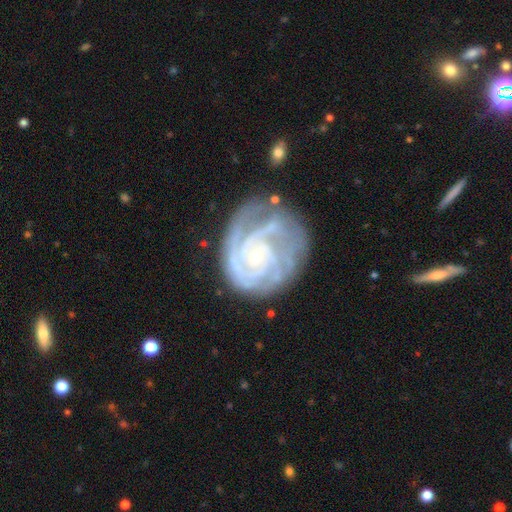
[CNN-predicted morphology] Smooth or featured? featured or disk (88%)
Edge-on disk? no (98%)
Bar? no (74%)
Spiral arms? yes (97%)
Spiral winding? tight (74%)
Spiral arm count? 3 (30%)
Bulge size? small (82%)
Merging? none (57%)